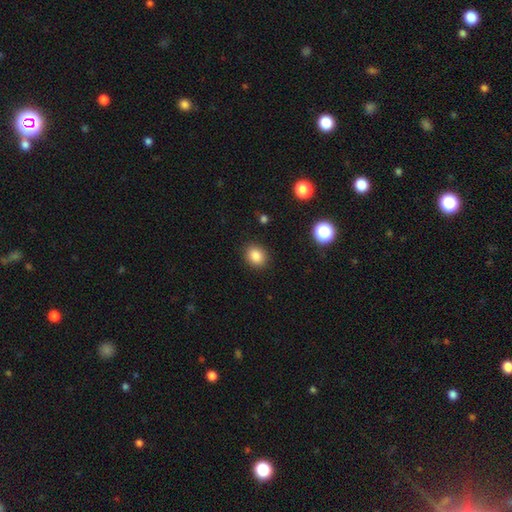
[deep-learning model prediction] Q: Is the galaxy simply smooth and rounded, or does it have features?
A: smooth — 85%.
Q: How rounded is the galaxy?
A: round — 60%.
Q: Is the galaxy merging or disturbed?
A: none — 89%.